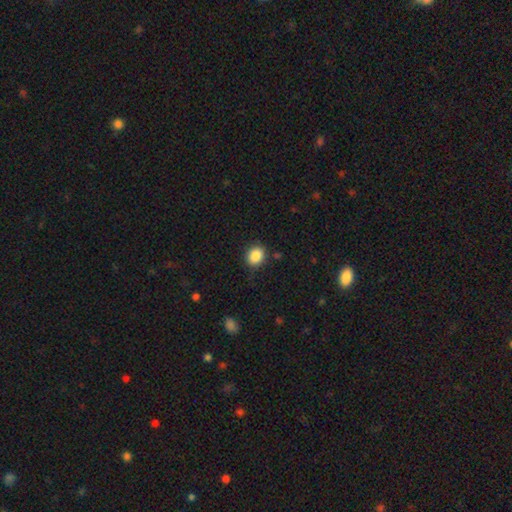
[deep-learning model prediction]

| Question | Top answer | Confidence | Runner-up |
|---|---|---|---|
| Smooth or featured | smooth | 87% | star or artifact (9%) |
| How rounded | round | 60% | in between (39%) |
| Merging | none | 84% | minor disturbance (11%) |